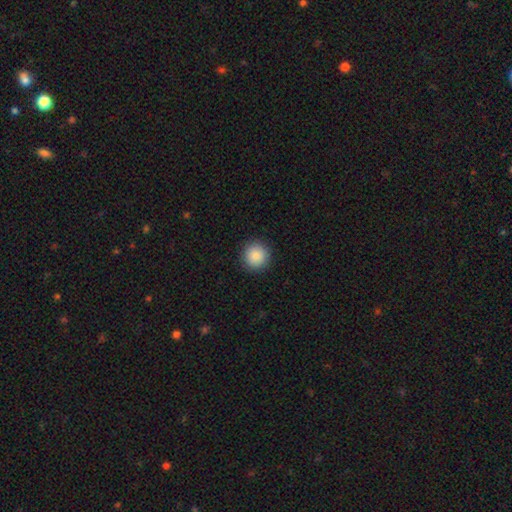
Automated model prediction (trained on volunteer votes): Smooth or featured: smooth — 87% (star or artifact — 8%)
How rounded: round — 95% (in between — 4%)
Merging: none — 92% (minor disturbance — 5%)